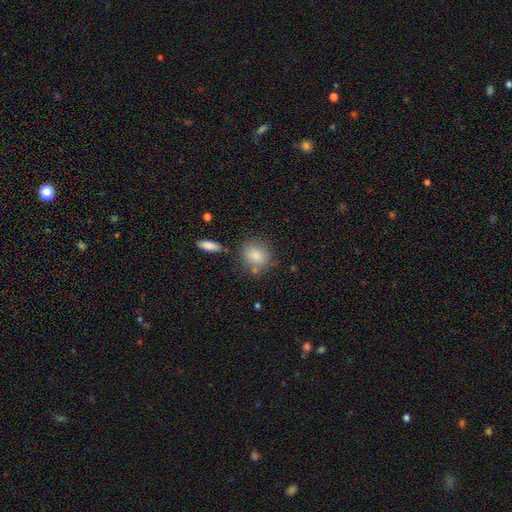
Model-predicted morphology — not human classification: type=smooth (85%); roundness=round (62%); merging=none (71%).